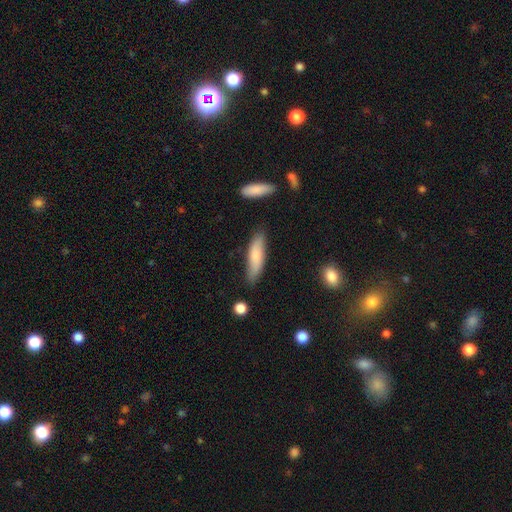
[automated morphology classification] smooth_or_featured: smooth (p=0.76) [alt: featured or disk p=0.18]
how_rounded: cigar-shaped (p=0.64) [alt: in between p=0.35]
merging: none (p=0.78) [alt: minor disturbance p=0.16]